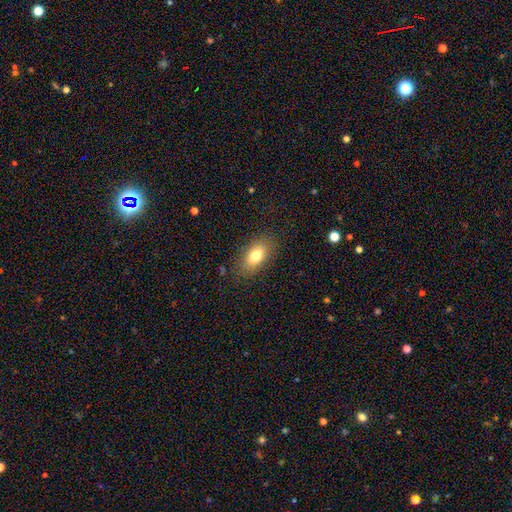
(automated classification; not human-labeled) Q: Smooth or featured?
A: smooth (76%); runner-up: featured or disk (14%)
Q: How rounded?
A: in between (86%); runner-up: round (10%)
Q: Merging?
A: none (83%); runner-up: minor disturbance (12%)